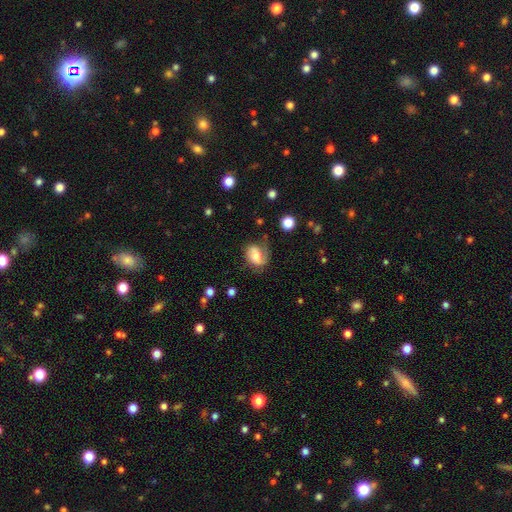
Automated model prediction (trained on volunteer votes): Overall: featured or disk (53%; smooth 38%). Edge-on disk: no (97%). Bar: no (49%; weak 38%). Spiral arms: yes (86%). Bulge size: moderate (47%; small 30%). Merging: none (51%; minor disturbance 27%).